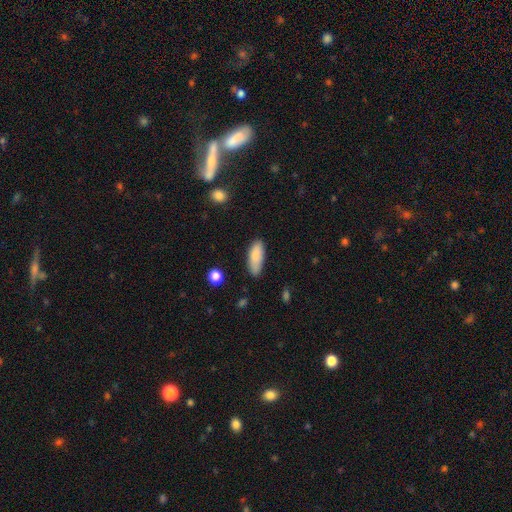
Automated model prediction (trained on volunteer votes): smooth-or-featured: smooth: 86% | featured or disk: 8% | star or artifact: 7%
  how-rounded: in between: 73% | cigar-shaped: 25% | round: 2%
  merging: none: 76% | minor disturbance: 19% | major disturbance: 3% | merger: 2%